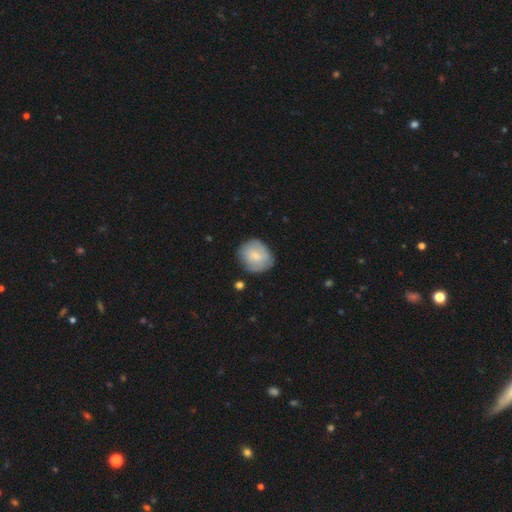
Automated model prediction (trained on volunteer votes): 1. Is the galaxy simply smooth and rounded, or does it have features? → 73% smooth, 20% featured or disk, 6% star or artifact.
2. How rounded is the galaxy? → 71% round, 28% in between, 1% cigar-shaped.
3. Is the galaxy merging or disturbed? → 71% none, 22% minor disturbance, 5% major disturbance, 2% merger.